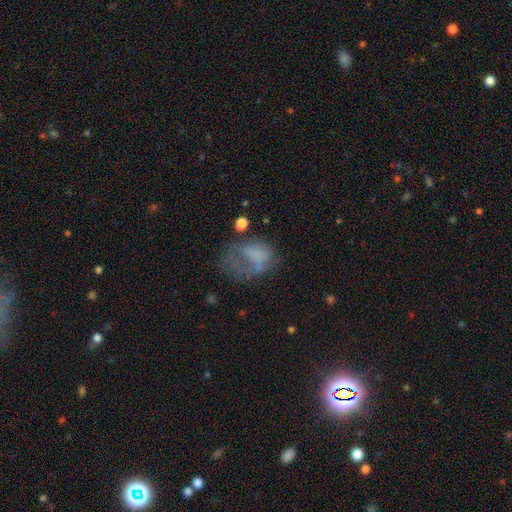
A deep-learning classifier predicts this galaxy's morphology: Smooth or featured: smooth — 55% (featured or disk — 31%)
How rounded: in between — 68% (round — 30%)
Merging: major disturbance — 46% (none — 27%)